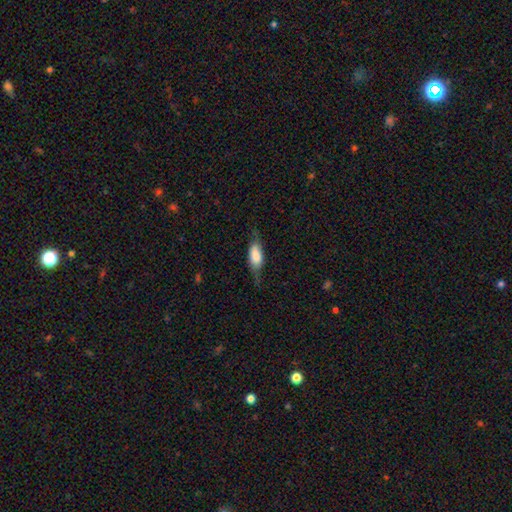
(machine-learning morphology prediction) Smooth or featured? Predicted: smooth (p=0.59). How rounded? Predicted: in between (p=0.76). Merging? Predicted: none (p=0.57).